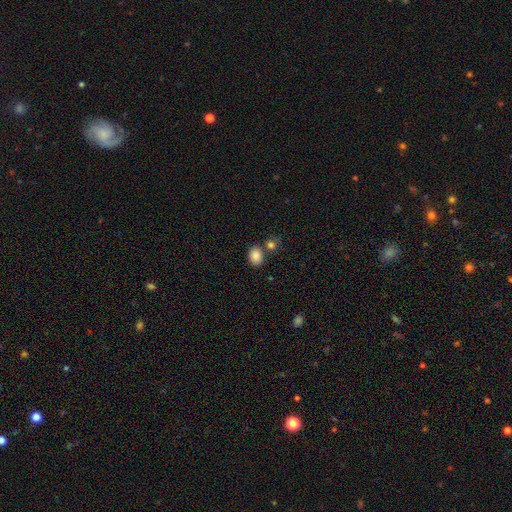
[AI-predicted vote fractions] A smooth galaxy with no disk features (86%) that is in between round and cigar-shaped (58%).

Vote fractions:
- Smooth or featured? smooth: 86% / star or artifact: 9% / featured or disk: 5%
- How rounded? in between: 58% / round: 41% / cigar-shaped: 1%
- Merging? none: 69% / merger: 16% / minor disturbance: 12% / major disturbance: 3%